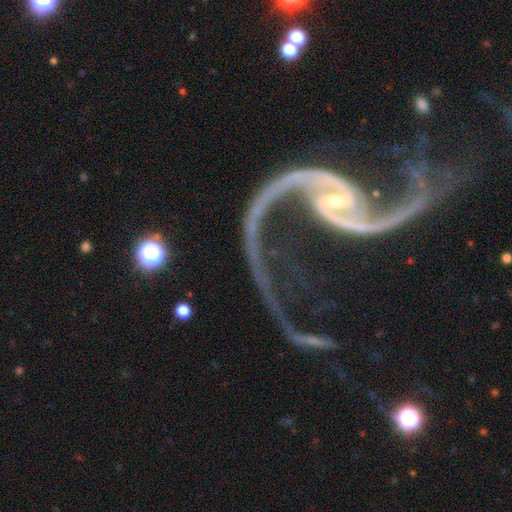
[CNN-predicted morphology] smooth-or-featured: featured or disk: 92% | star or artifact: 5% | smooth: 3%
  disk-edge-on: no: 97% | yes: 3%
    bar: weak: 38% | no: 33% | strong: 30%
    has-spiral-arms: yes: 97% | no: 3%
      spiral-winding: loose: 79% | medium: 16% | tight: 5%
      spiral-arm-count: 2: 93% | 1: 2% | can't tell: 1% | 3: 1% | 4: 1% | more than 4: 1%
    bulge-size: small: 77% | moderate: 13% | none: 6% | large: 2% | dominant: 1%
  merging: none: 48% | major disturbance: 26% | minor disturbance: 17% | merger: 10%